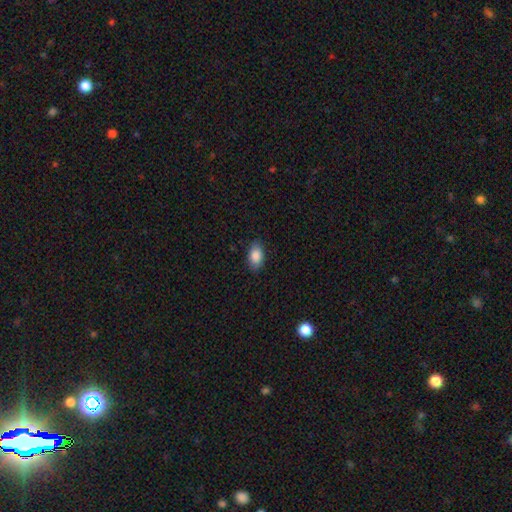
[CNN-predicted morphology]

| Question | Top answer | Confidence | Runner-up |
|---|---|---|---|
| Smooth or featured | smooth | 87% | star or artifact (7%) |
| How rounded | in between | 91% | round (7%) |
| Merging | none | 86% | minor disturbance (11%) |